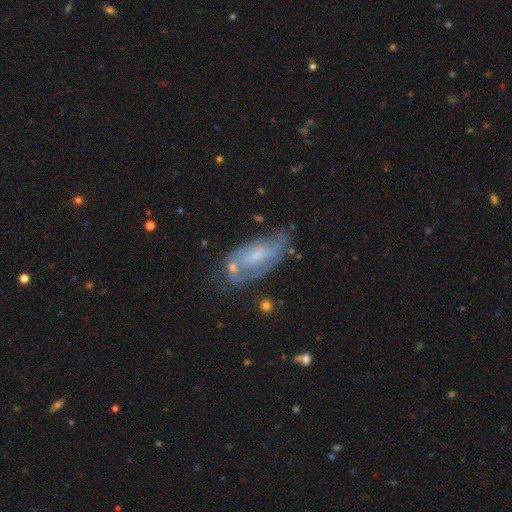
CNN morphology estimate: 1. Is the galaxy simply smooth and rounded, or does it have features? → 66% featured or disk, 26% smooth, 8% star or artifact.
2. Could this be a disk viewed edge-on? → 90% no, 10% yes.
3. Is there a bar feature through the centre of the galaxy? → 57% no, 36% weak, 7% strong.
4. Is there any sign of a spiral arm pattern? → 71% yes, 29% no.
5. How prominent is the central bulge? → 46% small, 34% moderate, 16% none, 4% large, 1% dominant.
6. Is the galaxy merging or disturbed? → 53% none, 25% minor disturbance, 14% major disturbance, 8% merger.